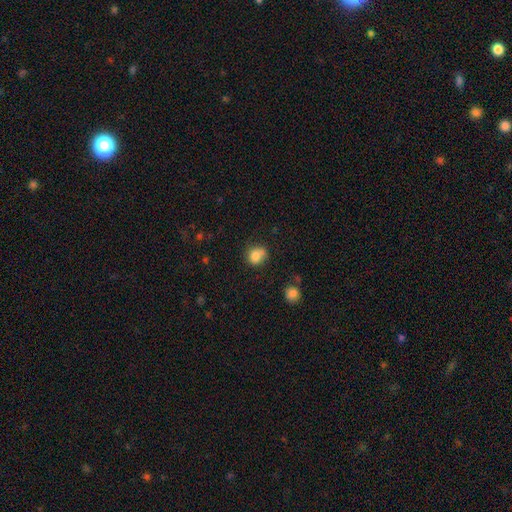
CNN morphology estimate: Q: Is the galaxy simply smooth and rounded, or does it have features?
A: smooth — 80%.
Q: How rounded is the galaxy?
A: round — 72%.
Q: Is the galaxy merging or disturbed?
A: none — 51%.